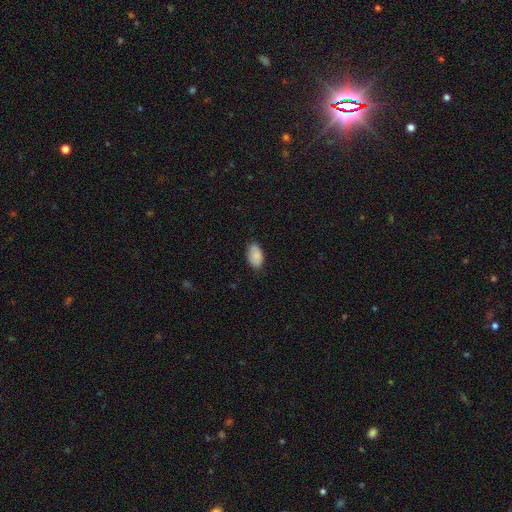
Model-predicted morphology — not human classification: The model was most divided on "merging": none: 81%, minor disturbance: 16%, major disturbance: 3%, merger: 1%. More confident: how rounded — in between (94%); smooth or featured — smooth (85%).